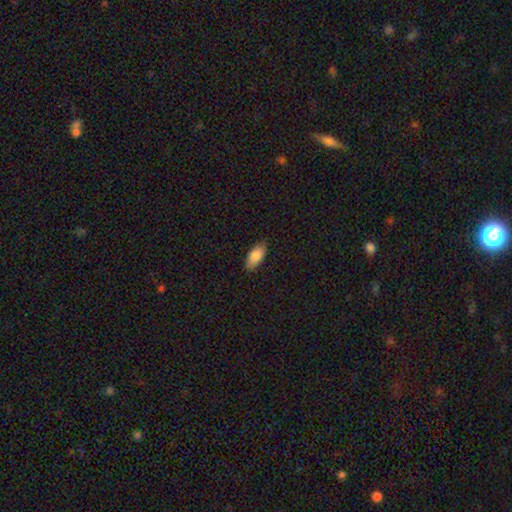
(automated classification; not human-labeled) A smooth galaxy with no disk features (85%) that is in between round and cigar-shaped (89%).

Vote fractions:
- Smooth or featured? smooth: 85% / featured or disk: 8% / star or artifact: 6%
- How rounded? in between: 89% / cigar-shaped: 9% / round: 2%
- Merging? none: 87% / minor disturbance: 10% / major disturbance: 2% / merger: 1%